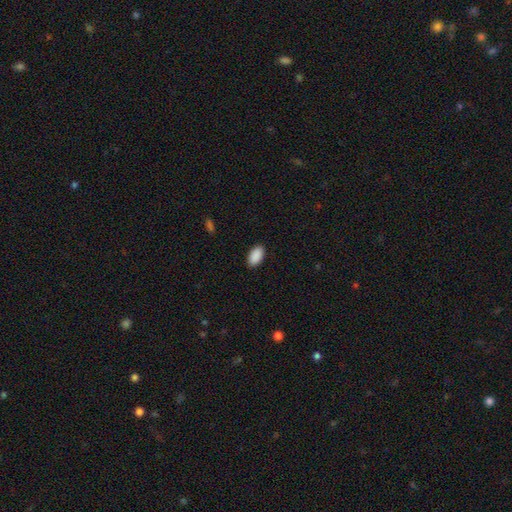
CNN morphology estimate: smooth_or_featured: smooth (p=0.91) [alt: star or artifact p=0.06]
how_rounded: in between (p=0.95) [alt: round p=0.03]
merging: none (p=0.90) [alt: minor disturbance p=0.07]